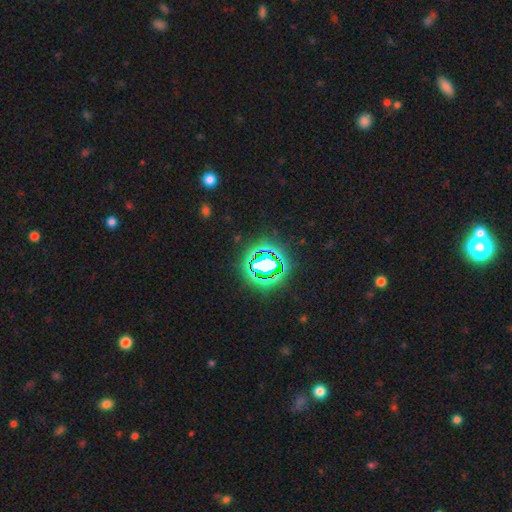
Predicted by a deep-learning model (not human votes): smooth_or_featured: star or artifact (p=0.73) [alt: smooth p=0.16]